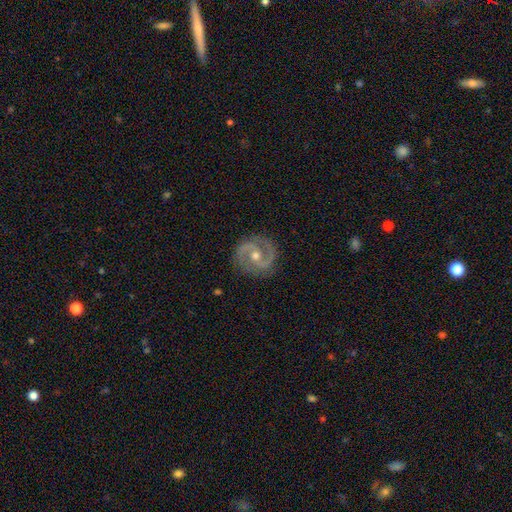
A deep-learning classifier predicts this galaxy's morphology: This appears to be a featured or disk galaxy (91%) with no bar (42%), 2 (93%) medium (54%) spiral arms (97%) and a moderate central bulge (64%). Merging: none (87%).